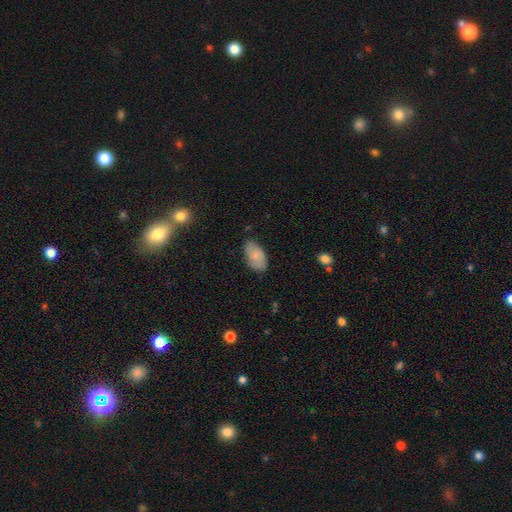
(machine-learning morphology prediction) smooth 74%, featured or disk 20%, star or artifact 7%. Down the decision tree: how rounded — in between (94%); merging — none (71%).